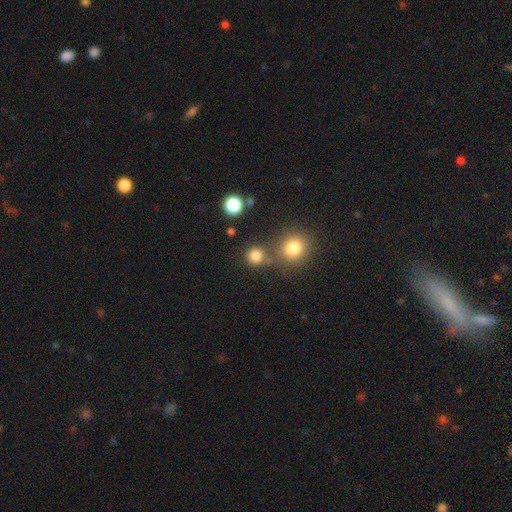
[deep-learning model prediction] A smooth galaxy with no disk features (82%) that is round (91%). Merging: none (73%).